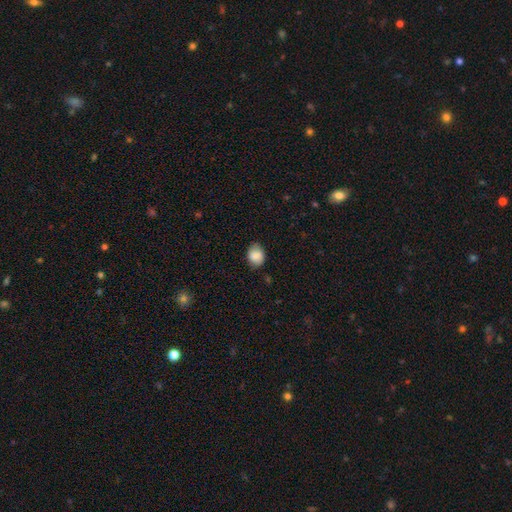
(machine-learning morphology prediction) A smooth galaxy with no disk features (84%) that is in between round and cigar-shaped (61%). Merging: none (77%).